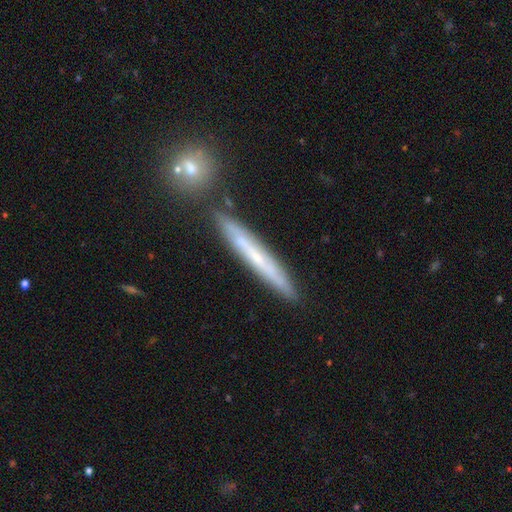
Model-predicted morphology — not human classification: featured or disk 56%, smooth 37%, star or artifact 8%. Down the decision tree: edge-on disk — yes (86%); merging — none (83%).